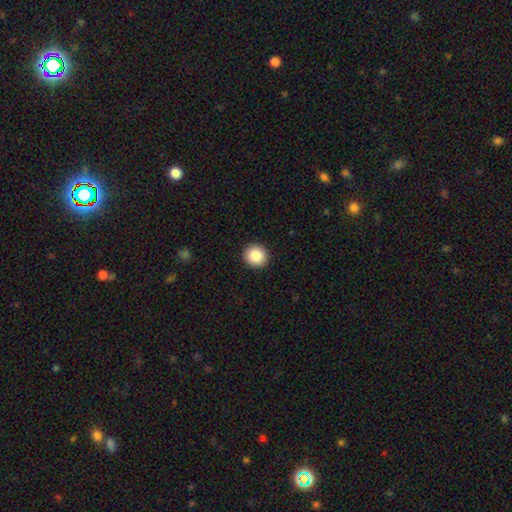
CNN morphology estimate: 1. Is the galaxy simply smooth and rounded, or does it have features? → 86% smooth, 8% star or artifact, 5% featured or disk.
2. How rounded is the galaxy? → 90% round, 9% in between, 1% cigar-shaped.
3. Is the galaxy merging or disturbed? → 92% none, 5% minor disturbance, 2% major disturbance, 1% merger.